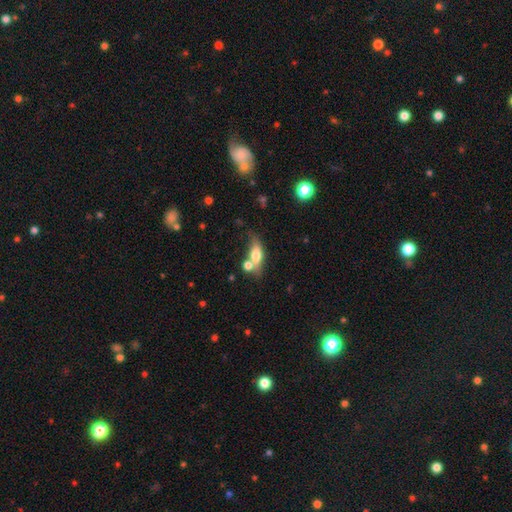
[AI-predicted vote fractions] A smooth galaxy with no disk features (63%) that is in between round and cigar-shaped (65%).

Vote fractions:
- Smooth or featured? smooth: 63% / featured or disk: 29% / star or artifact: 8%
- How rounded? in between: 65% / cigar-shaped: 27% / round: 8%
- Merging? none: 44% / merger: 32% / minor disturbance: 16% / major disturbance: 8%